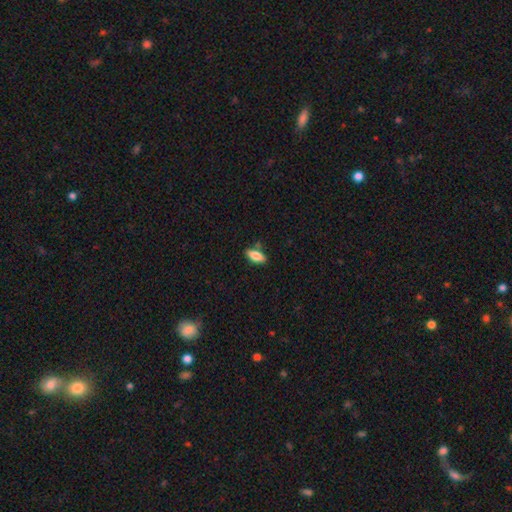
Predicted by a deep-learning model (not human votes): Smooth or featured: smooth — 79% (featured or disk — 14%)
How rounded: in between — 82% (cigar-shaped — 16%)
Merging: none — 79% (minor disturbance — 13%)